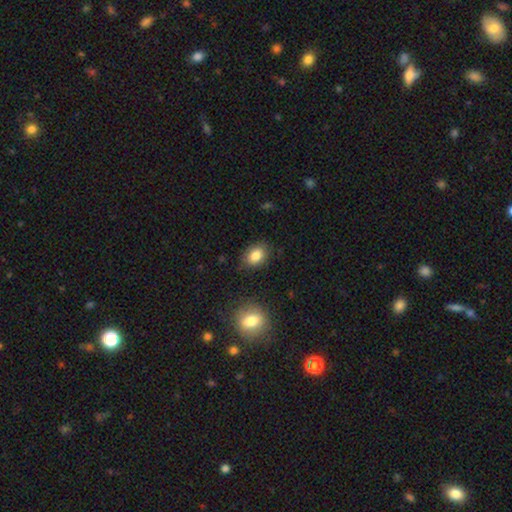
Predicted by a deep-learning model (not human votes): Morphology: type=smooth (84%); roundness=in between (77%); merging=none (83%).